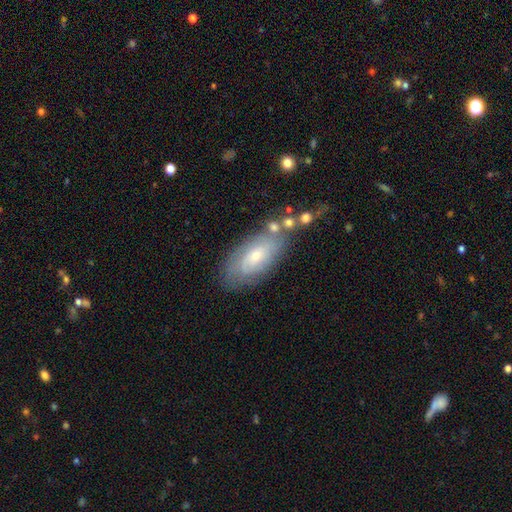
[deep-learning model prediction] Smooth or featured: featured or disk — 56% (smooth — 35%)
Edge-on disk: no — 89% (yes — 11%)
Merging: none — 65% (minor disturbance — 20%)